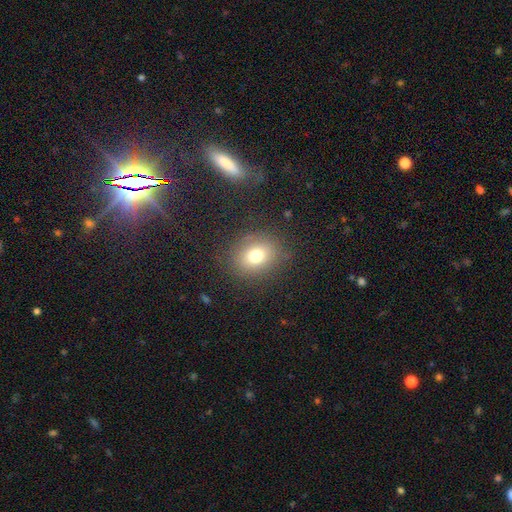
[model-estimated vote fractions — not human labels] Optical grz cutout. It shows a smooth galaxy with no disk features (75%) that is round (62%). Merging: none (83%).